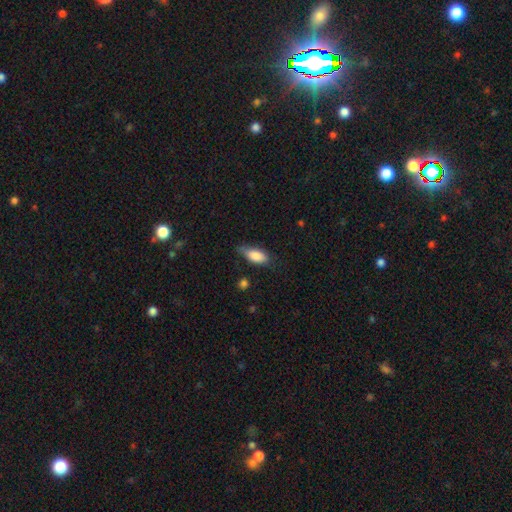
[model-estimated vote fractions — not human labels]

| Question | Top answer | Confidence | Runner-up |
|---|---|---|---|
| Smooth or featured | smooth | 85% | featured or disk (8%) |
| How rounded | in between | 85% | cigar-shaped (13%) |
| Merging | none | 59% | minor disturbance (32%) |